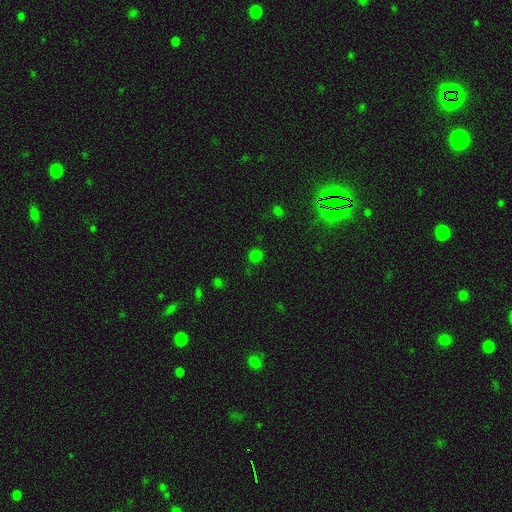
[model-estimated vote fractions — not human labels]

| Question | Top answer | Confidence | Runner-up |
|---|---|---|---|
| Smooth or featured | smooth | 70% | star or artifact (26%) |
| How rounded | round | 91% | in between (8%) |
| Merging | none | 87% | minor disturbance (8%) |